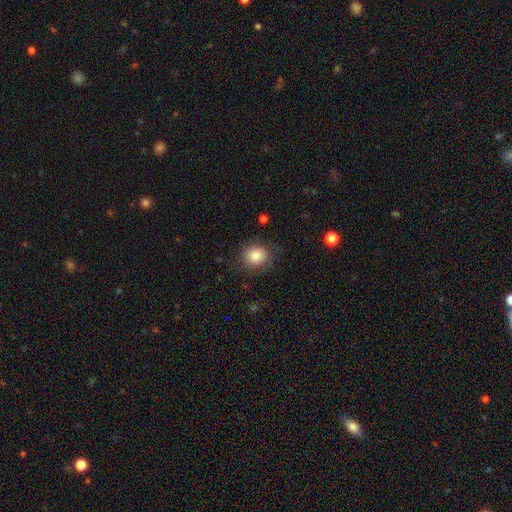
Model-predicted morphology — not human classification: Smooth or featured? Predicted: smooth (p=0.84). How rounded? Predicted: round (p=0.70). Merging? Predicted: none (p=0.82).